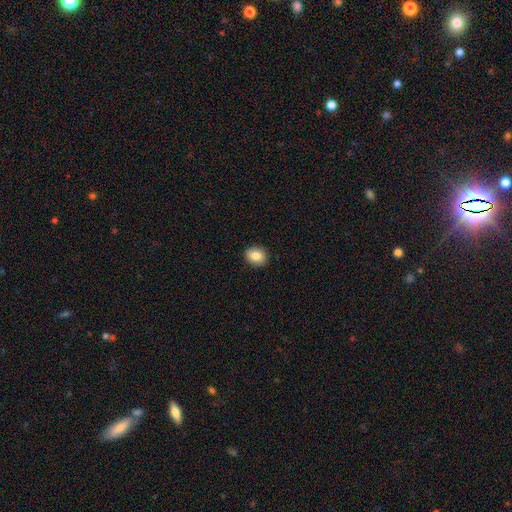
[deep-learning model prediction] Smooth or featured? smooth (86%)
How rounded? round (57%)
Merging? none (90%)